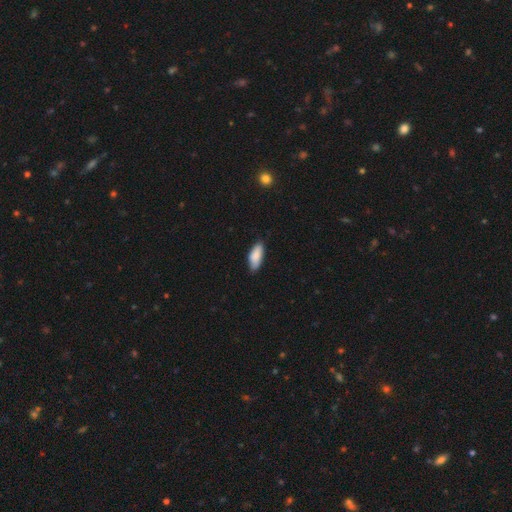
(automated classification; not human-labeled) Overall: smooth (86%). How rounded: in between (81%). Merging: none (77%).